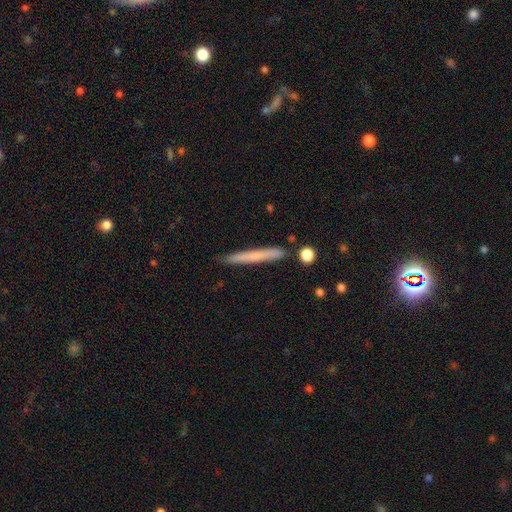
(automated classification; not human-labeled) smooth-or-featured: smooth: 65% | featured or disk: 29% | star or artifact: 7%
  how-rounded: cigar-shaped: 97% | in between: 2% | round: 1%
  merging: none: 87% | minor disturbance: 9% | merger: 3% | major disturbance: 2%